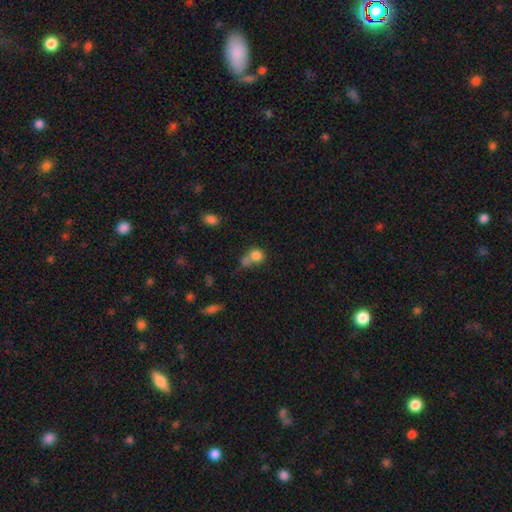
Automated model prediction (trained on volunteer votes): Smooth or featured? Predicted: smooth (p=0.80). How rounded? Predicted: round (p=0.76). Merging? Predicted: merger (p=0.42).